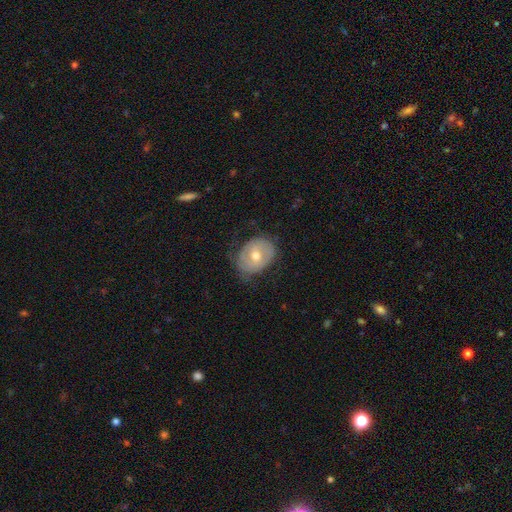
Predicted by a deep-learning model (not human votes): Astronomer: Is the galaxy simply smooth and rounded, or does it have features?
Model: featured or disk — 52% (runner-up: smooth, 41%).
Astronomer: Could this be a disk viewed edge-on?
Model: no — 95%.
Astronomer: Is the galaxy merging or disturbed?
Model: none — 60%.